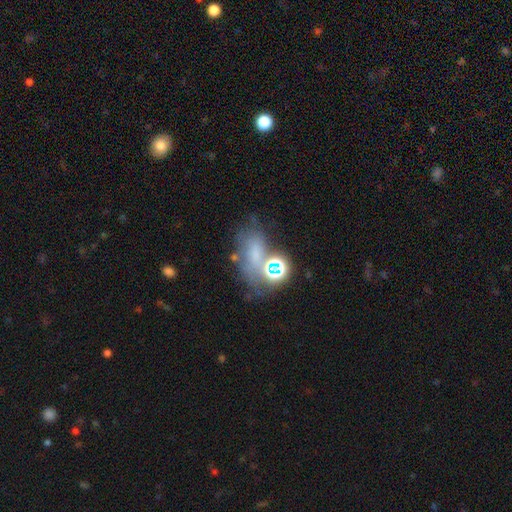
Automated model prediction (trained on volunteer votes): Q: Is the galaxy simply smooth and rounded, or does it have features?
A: smooth — 37%.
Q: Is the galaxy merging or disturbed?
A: none — 41%.